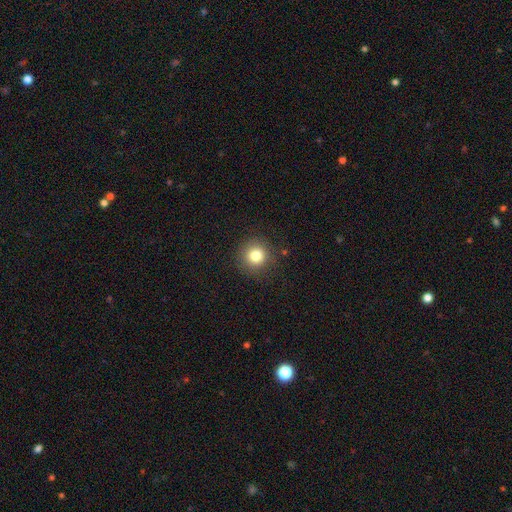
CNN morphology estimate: Smooth or featured? smooth (81%)
How rounded? round (94%)
Merging? none (88%)